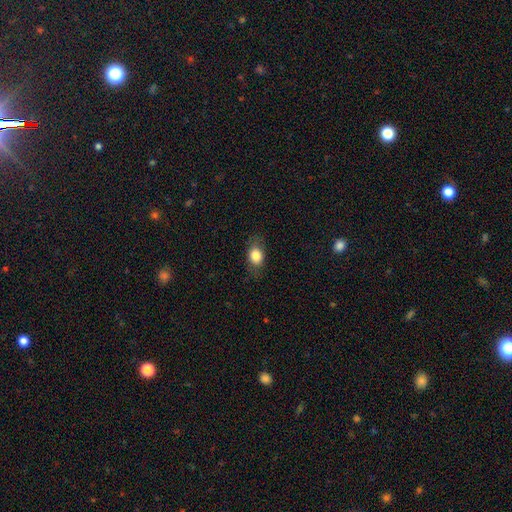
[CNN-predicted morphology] smooth-or-featured: smooth: 81% | featured or disk: 11% | star or artifact: 8%
  how-rounded: in between: 69% | round: 29% | cigar-shaped: 2%
  merging: none: 77% | minor disturbance: 16% | major disturbance: 6% | merger: 1%